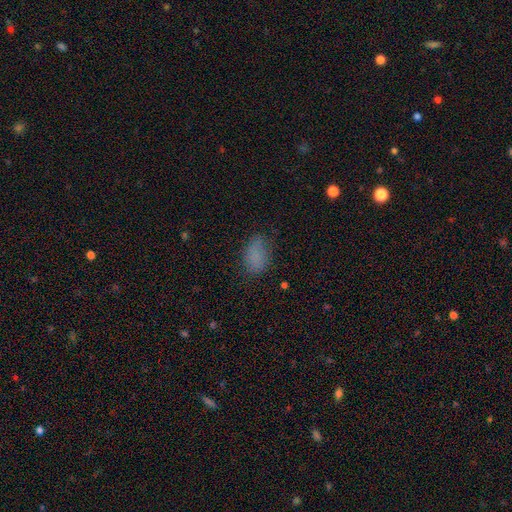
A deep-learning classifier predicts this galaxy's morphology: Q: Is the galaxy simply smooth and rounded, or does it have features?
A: smooth — 79%.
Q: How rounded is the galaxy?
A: in between — 88%.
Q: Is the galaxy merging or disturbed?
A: none — 68%.